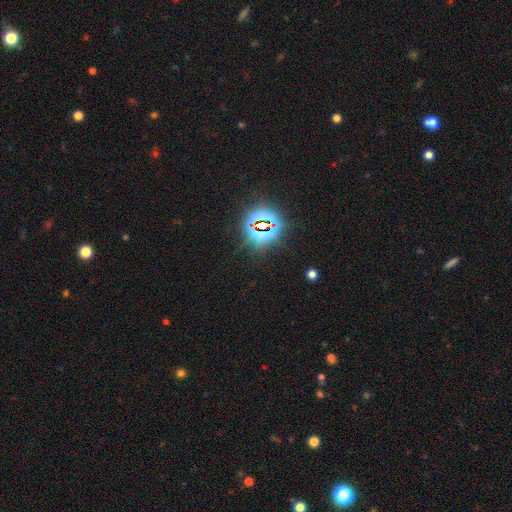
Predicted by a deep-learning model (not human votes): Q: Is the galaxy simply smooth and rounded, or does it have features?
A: star or artifact — 82%.